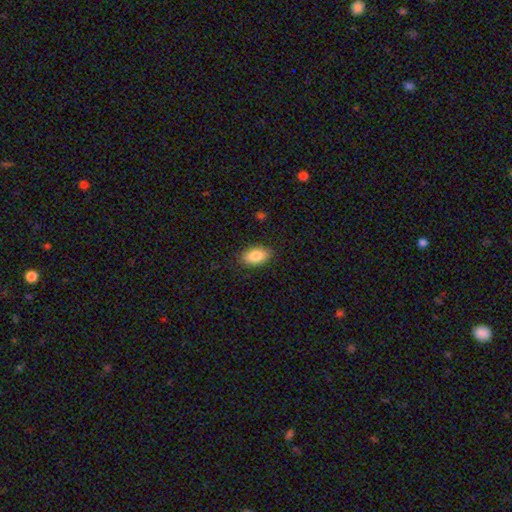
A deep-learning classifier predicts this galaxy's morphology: A smooth galaxy with no disk features (85%) that is in between round and cigar-shaped (93%). Merging: none (87%).